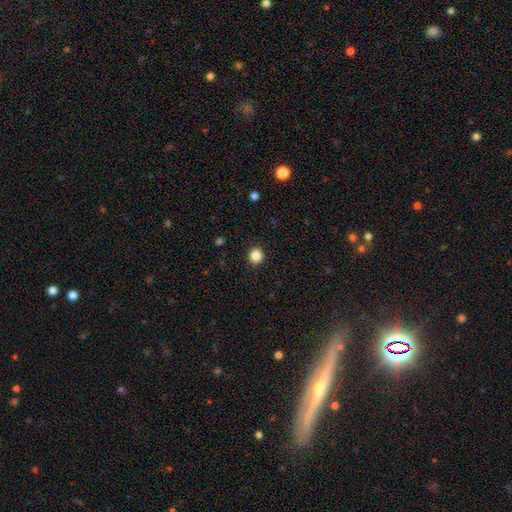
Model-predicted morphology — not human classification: The model was most divided on "how rounded": round: 87%, in between: 12%, cigar-shaped: 1%. More confident: merging — none (92%); smooth or featured — smooth (85%).